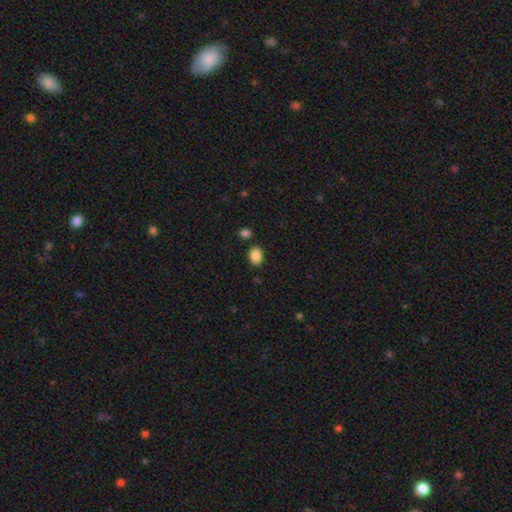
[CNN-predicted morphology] This is clearly a smooth galaxy (87%). How rounded: likely in between (65%). Merging: clearly none (83%).